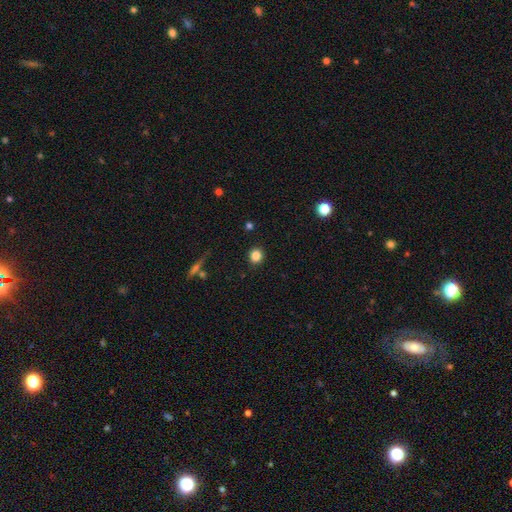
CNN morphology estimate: Overall: smooth (84%). How rounded: round (87%). Merging: none (90%).